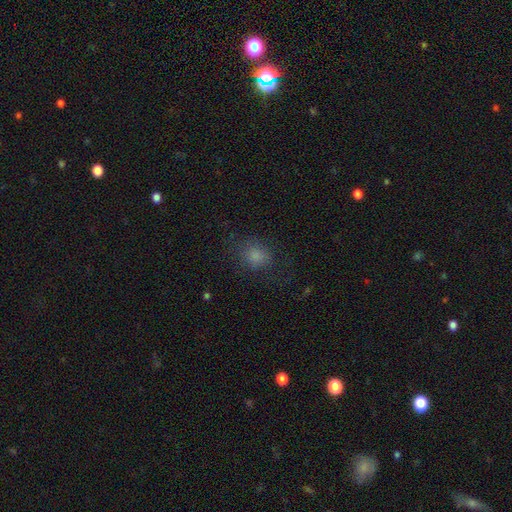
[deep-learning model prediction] A smooth galaxy with no disk features (77%) that is round (65%). Merging: none (70%).